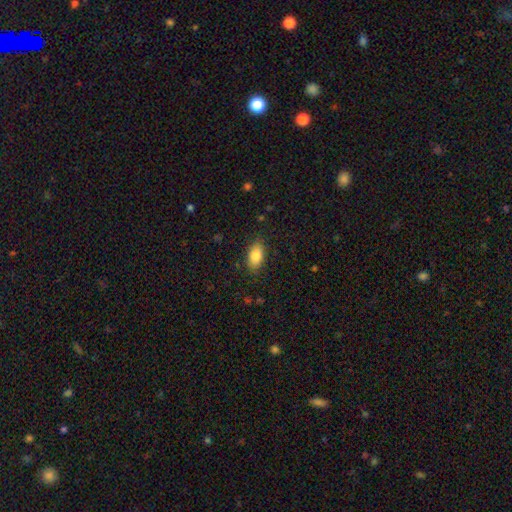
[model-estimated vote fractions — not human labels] smooth 83%, featured or disk 9%, star or artifact 7%. Down the decision tree: how rounded — in between (91%); merging — none (85%).